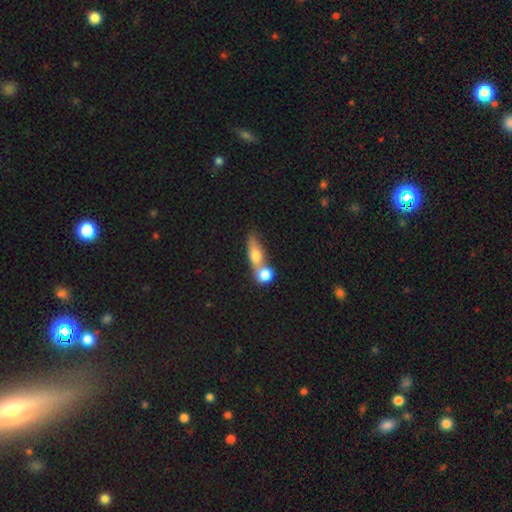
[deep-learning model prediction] This is likely a smooth galaxy (73%). How rounded: possibly in between (53%). Merging: likely merger (65%).